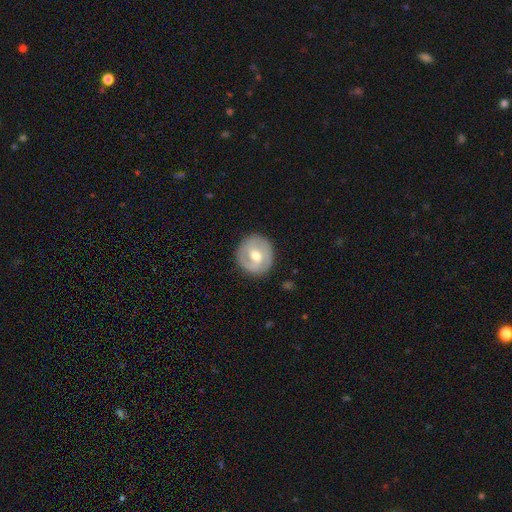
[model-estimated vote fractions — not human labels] The model was most divided on "bar": weak: 51%, no: 30%, strong: 20%. More confident: edge-on disk — no (96%); merging — none (86%); bulge size — moderate (74%); spiral arms — yes (65%); smooth or featured — featured or disk (60%).